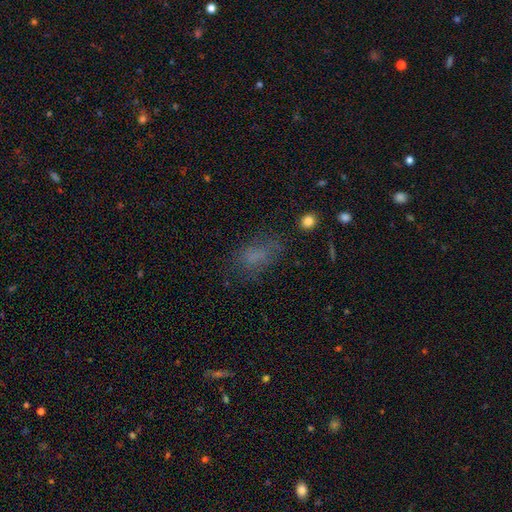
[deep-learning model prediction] Smooth or featured? Predicted: smooth (p=0.64). How rounded? Predicted: in between (p=0.82). Merging? Predicted: none (p=0.58).